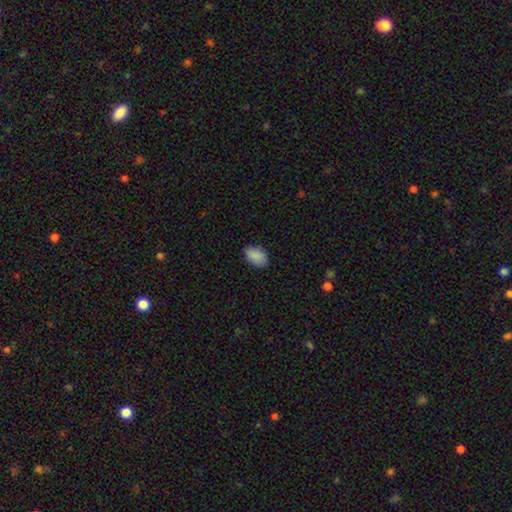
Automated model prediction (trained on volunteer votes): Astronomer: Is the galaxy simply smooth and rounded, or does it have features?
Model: smooth — 89%.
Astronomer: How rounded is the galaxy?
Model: in between — 91%.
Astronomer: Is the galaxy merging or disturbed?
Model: none — 83%.